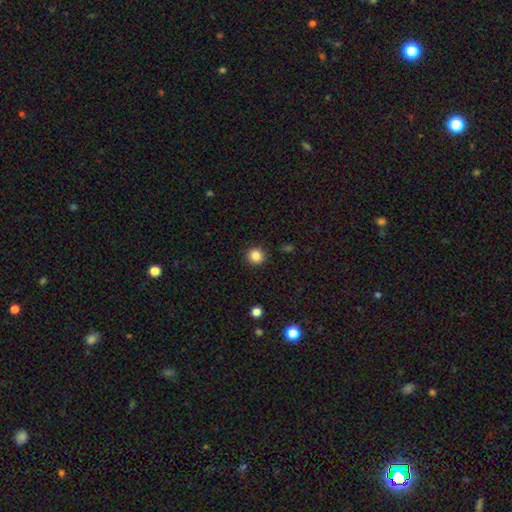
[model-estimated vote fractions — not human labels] A smooth galaxy with no disk features (86%) that is round (91%).

Vote fractions:
- Smooth or featured? smooth: 86% / star or artifact: 11% / featured or disk: 4%
- How rounded? round: 91% / in between: 8% / cigar-shaped: 1%
- Merging? none: 91% / minor disturbance: 6% / major disturbance: 2% / merger: 1%